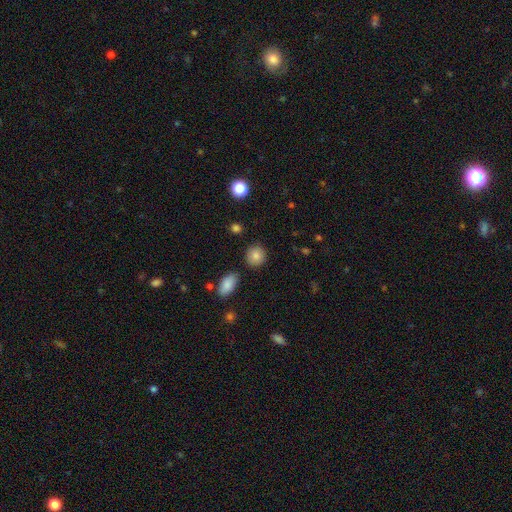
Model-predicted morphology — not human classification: A smooth galaxy with no disk features (85%) that is round (86%). Merging: none (86%).